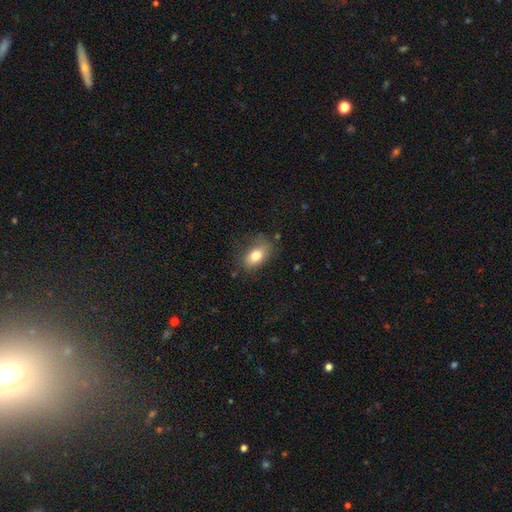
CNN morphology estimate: Q: Smooth or featured?
A: smooth (77%); runner-up: featured or disk (14%)
Q: How rounded?
A: in between (86%); runner-up: round (11%)
Q: Merging?
A: none (69%); runner-up: minor disturbance (21%)